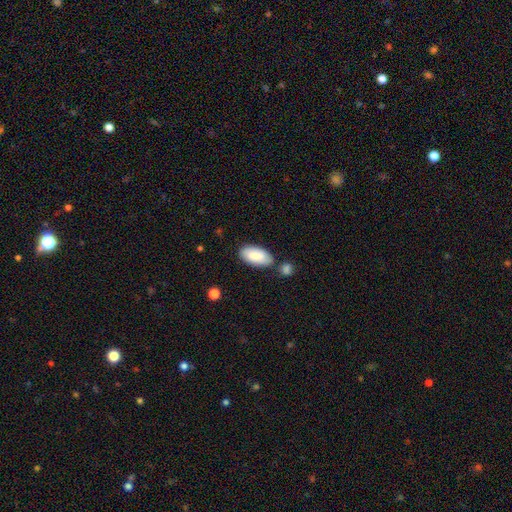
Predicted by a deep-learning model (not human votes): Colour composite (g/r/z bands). It shows a smooth galaxy with no disk features (85%) that is in between round and cigar-shaped (94%). Merging: none (69%).